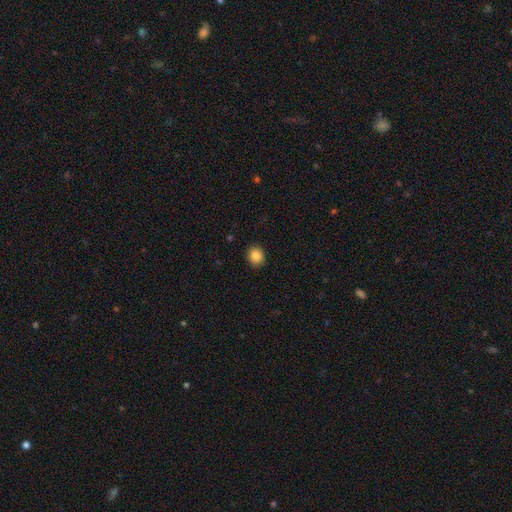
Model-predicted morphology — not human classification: Smooth or featured? smooth (85%)
How rounded? round (71%)
Merging? none (91%)